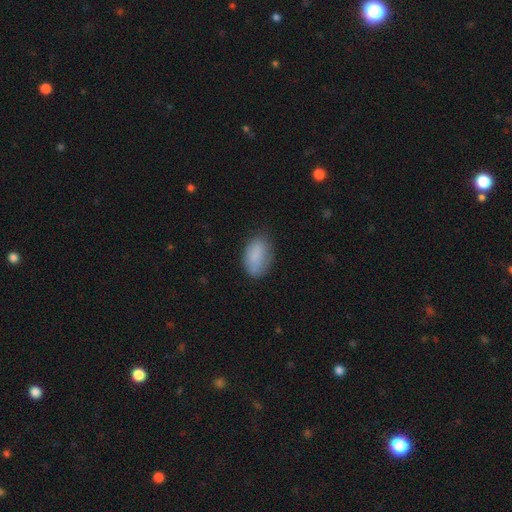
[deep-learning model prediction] Smooth or featured?
  - smooth: 84% *
  - featured or disk: 9%
  - star or artifact: 7%
How rounded?
  - in between: 91% *
  - round: 7%
  - cigar-shaped: 2%
Merging?
  - none: 70% *
  - minor disturbance: 23%
  - major disturbance: 6%
  - merger: 2%